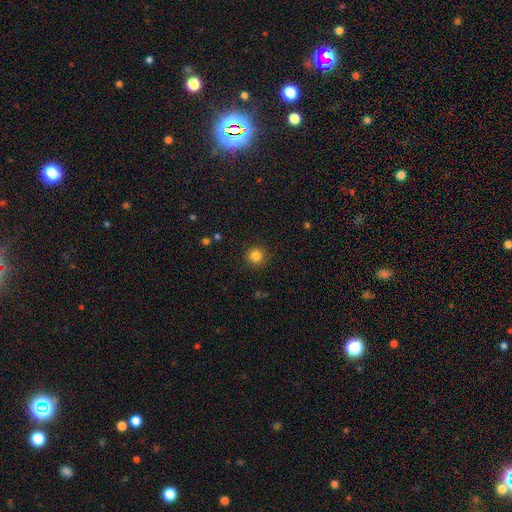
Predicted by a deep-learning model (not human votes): Smooth or featured? Predicted: smooth (p=0.84). How rounded? Predicted: round (p=0.94). Merging? Predicted: none (p=0.90).